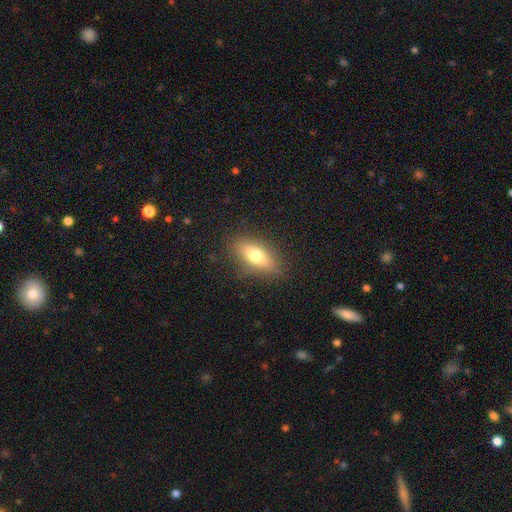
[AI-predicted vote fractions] Smooth or featured? smooth (68%)
How rounded? in between (72%)
Merging? none (84%)